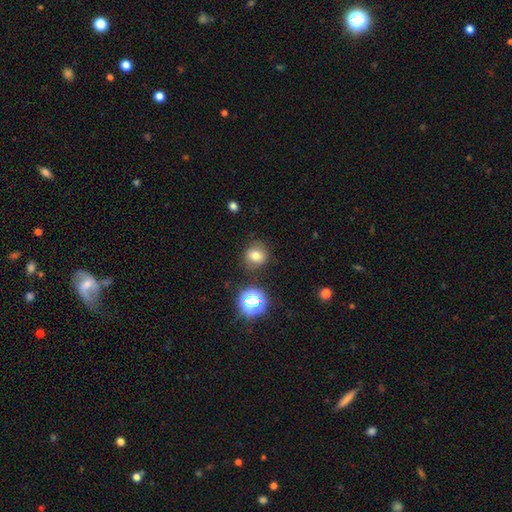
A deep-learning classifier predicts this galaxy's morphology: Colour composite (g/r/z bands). It shows a smooth galaxy with no disk features (75%) that is round (81%). Merging: none (82%).